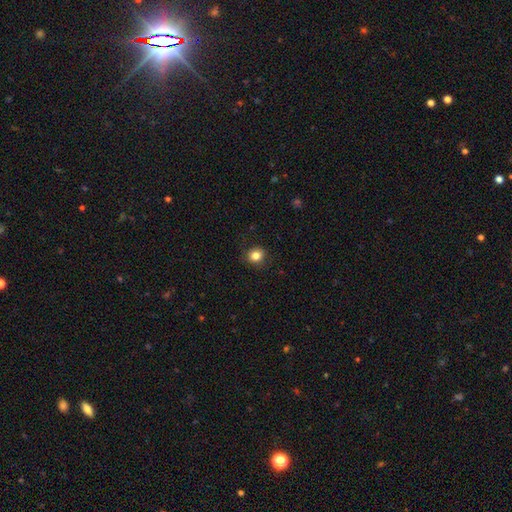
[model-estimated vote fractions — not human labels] A smooth galaxy with no disk features (83%) that is round (77%).

Vote fractions:
- Smooth or featured? smooth: 83% / star or artifact: 11% / featured or disk: 6%
- How rounded? round: 77% / in between: 22% / cigar-shaped: 1%
- Merging? none: 87% / minor disturbance: 9% / major disturbance: 2% / merger: 1%